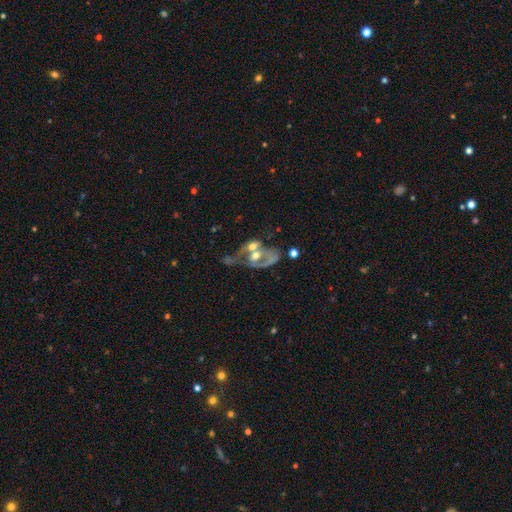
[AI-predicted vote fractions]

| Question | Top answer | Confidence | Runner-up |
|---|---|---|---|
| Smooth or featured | featured or disk | 65% | smooth (25%) |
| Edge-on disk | no | 94% | yes (6%) |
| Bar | no | 74% | weak (19%) |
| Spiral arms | no | 58% | yes (42%) |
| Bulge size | moderate | 56% | small (17%) |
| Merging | merger | 60% | major disturbance (18%) |